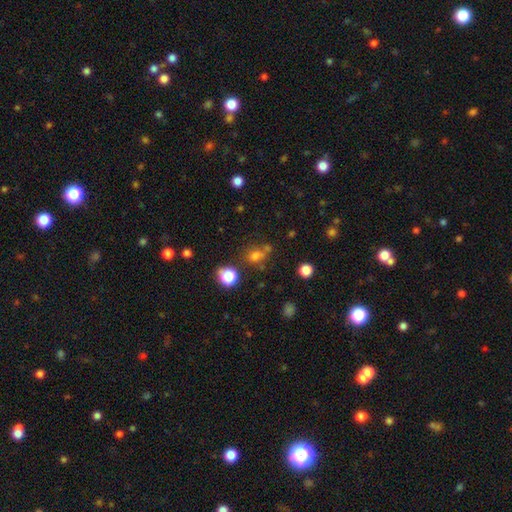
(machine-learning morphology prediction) This appears to be a smooth galaxy with no disk features (68%) that is round (52%). Merging: none (57%).